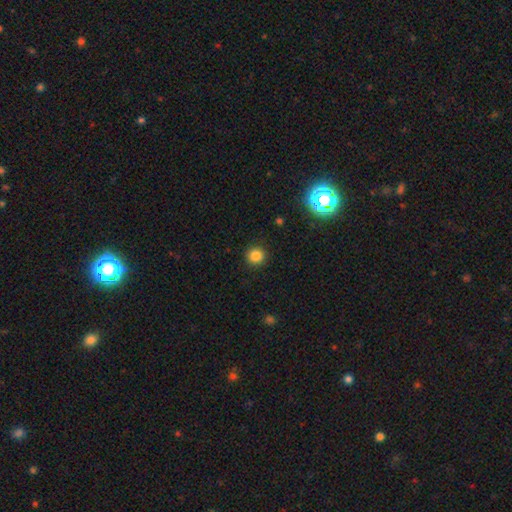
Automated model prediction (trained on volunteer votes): smooth_or_featured: smooth (p=0.83) [alt: star or artifact p=0.13]
how_rounded: round (p=0.94) [alt: in between p=0.05]
merging: none (p=0.91) [alt: minor disturbance p=0.06]